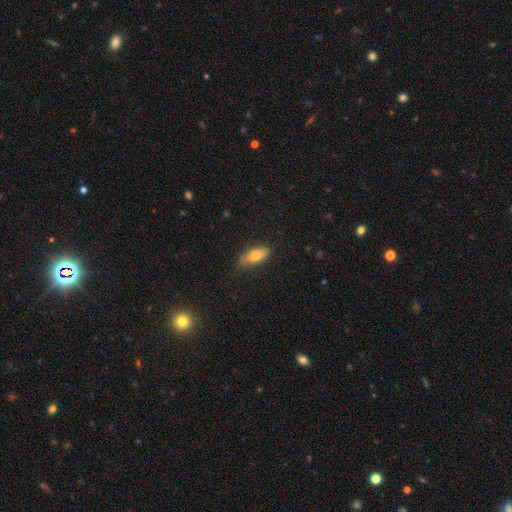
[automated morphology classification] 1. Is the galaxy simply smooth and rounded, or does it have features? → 79% smooth, 14% featured or disk, 7% star or artifact.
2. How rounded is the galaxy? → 79% in between, 18% cigar-shaped, 2% round.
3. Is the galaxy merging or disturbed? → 76% none, 19% minor disturbance, 4% major disturbance, 1% merger.